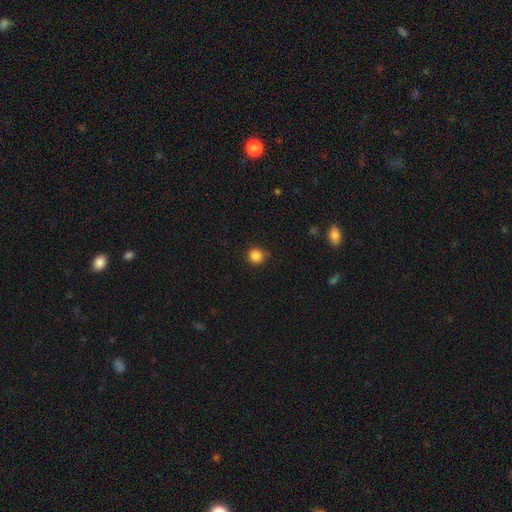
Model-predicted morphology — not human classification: Overall: smooth (85%). How rounded: round (92%). Merging: none (83%).